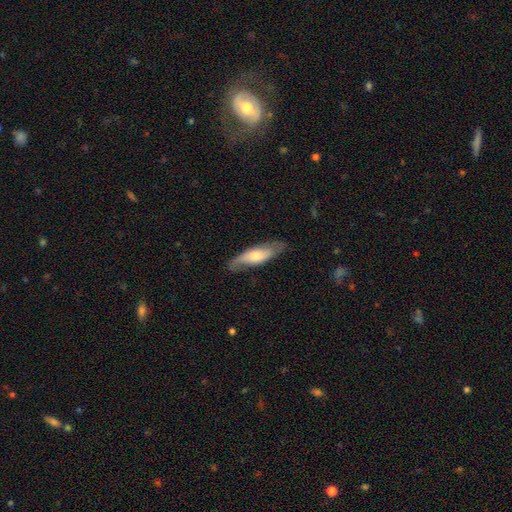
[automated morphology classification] type=featured or disk (48%); merging=none (75%).